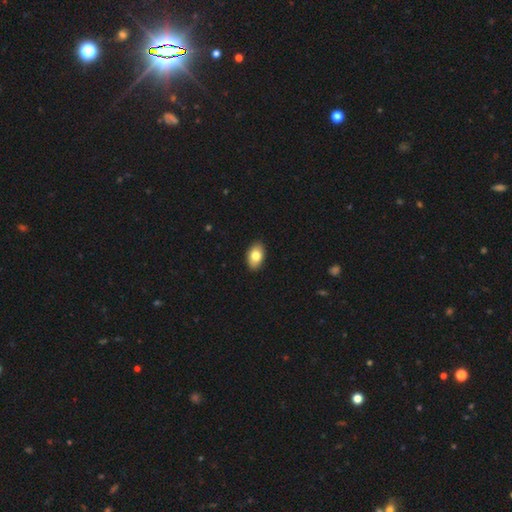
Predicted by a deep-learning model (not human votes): smooth_or_featured: smooth (p=0.80) [alt: featured or disk p=0.13]
how_rounded: in between (p=0.90) [alt: round p=0.08]
merging: none (p=0.90) [alt: minor disturbance p=0.07]